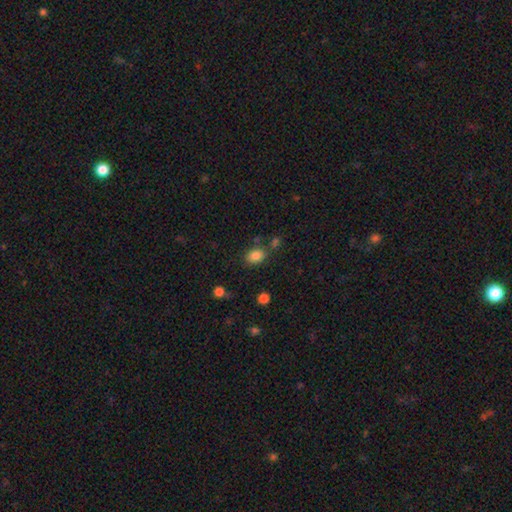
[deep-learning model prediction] smooth_or_featured: smooth (p=0.83) [alt: star or artifact p=0.11]
how_rounded: in between (p=0.69) [alt: round p=0.30]
merging: none (p=0.72) [alt: minor disturbance p=0.14]